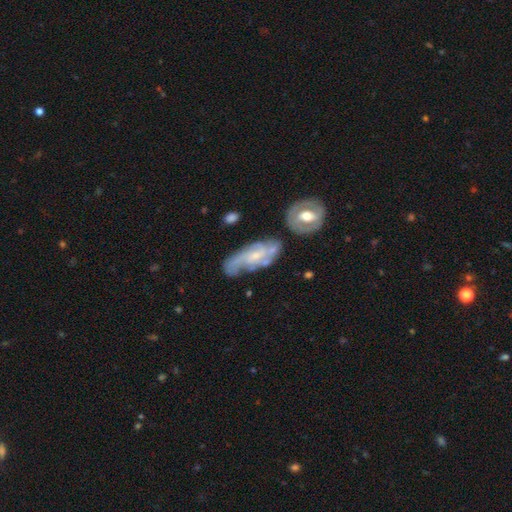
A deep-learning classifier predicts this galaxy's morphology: featured or disk 73%, smooth 20%, star or artifact 7%. Down the decision tree: edge-on disk — no (90%); bar — no (55%); spiral arms — yes (87%); spiral arm count — 2 (46%); spiral winding — medium (42%); bulge size — small (63%); merging — none (50%).